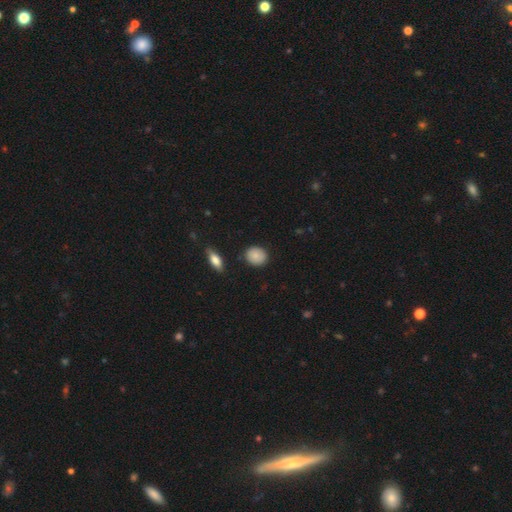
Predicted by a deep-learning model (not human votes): Q: Smooth or featured?
A: smooth (85%); runner-up: star or artifact (7%)
Q: How rounded?
A: round (72%); runner-up: in between (26%)
Q: Merging?
A: none (86%); runner-up: minor disturbance (10%)